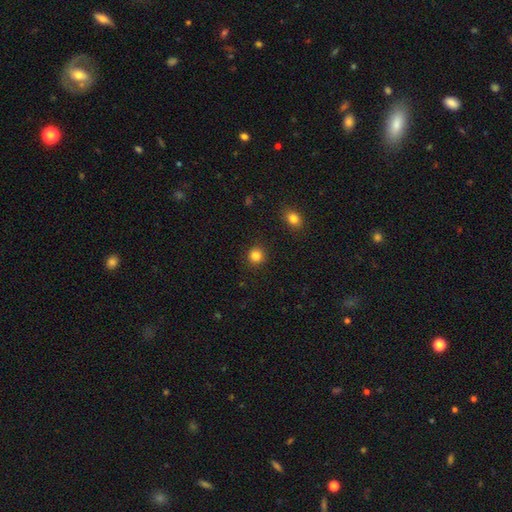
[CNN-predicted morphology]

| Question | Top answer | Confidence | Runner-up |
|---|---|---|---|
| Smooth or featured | smooth | 85% | star or artifact (12%) |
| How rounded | round | 91% | in between (8%) |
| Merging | none | 91% | minor disturbance (6%) |